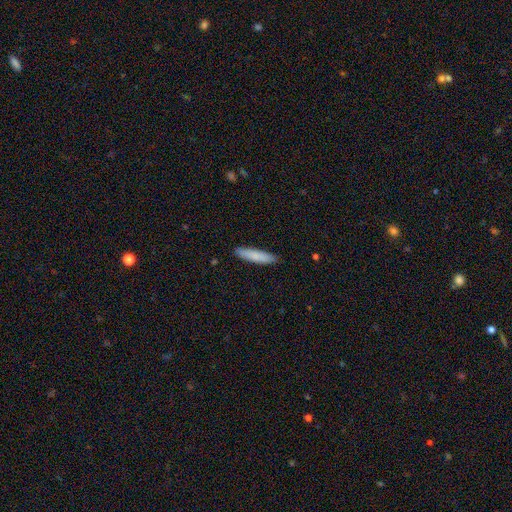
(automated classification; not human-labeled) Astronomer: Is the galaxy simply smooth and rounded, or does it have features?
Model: smooth — 82%.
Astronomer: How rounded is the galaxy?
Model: cigar-shaped — 84%.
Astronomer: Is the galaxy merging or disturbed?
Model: none — 88%.